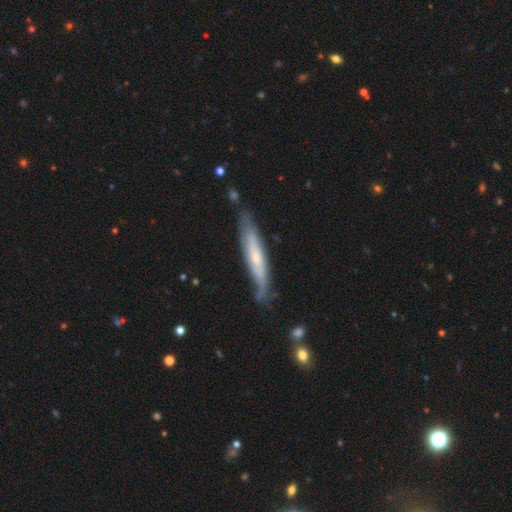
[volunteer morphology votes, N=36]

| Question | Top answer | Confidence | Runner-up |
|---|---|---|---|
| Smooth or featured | featured or disk | 64% | smooth (36%) |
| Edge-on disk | yes | 65% | no (35%) |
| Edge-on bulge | none | 60% | rounded (33%) |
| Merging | minor disturbance | 56% | none (33%) |